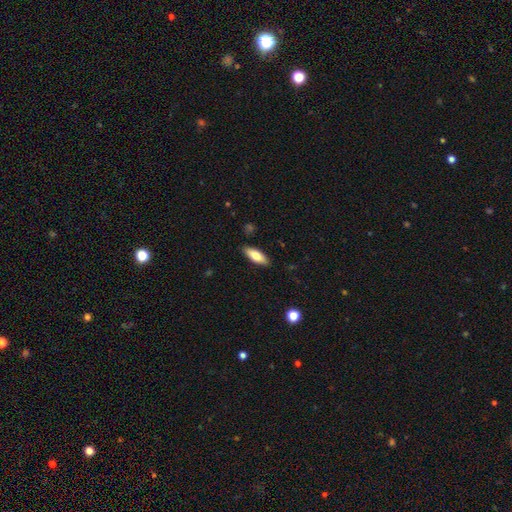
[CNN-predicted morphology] type=smooth (77%); roundness=in between (69%); merging=none (88%).